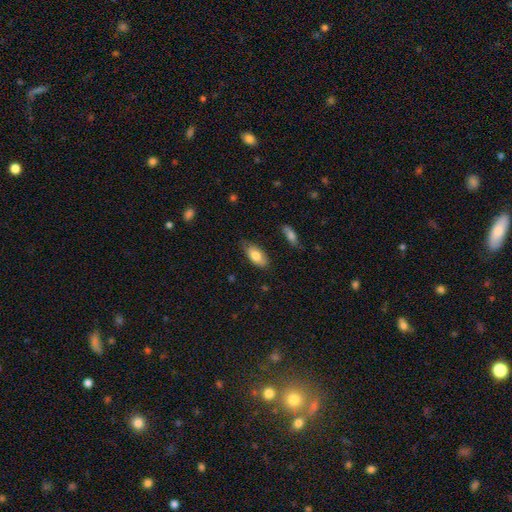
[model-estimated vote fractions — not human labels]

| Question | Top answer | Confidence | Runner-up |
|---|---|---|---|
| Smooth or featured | smooth | 78% | featured or disk (16%) |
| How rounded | in between | 91% | cigar-shaped (7%) |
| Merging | none | 72% | minor disturbance (22%) |